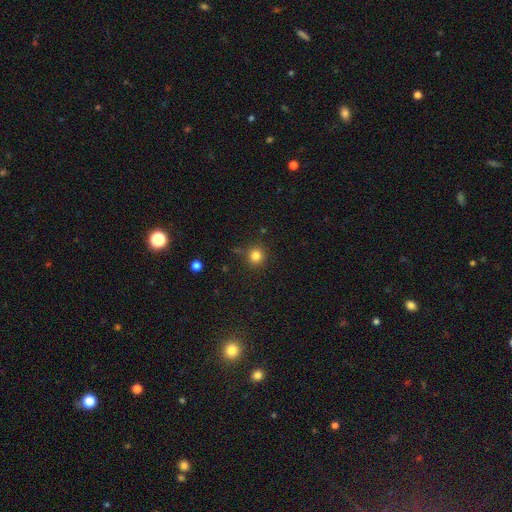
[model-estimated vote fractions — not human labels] smooth_or_featured: smooth (p=0.82) [alt: star or artifact p=0.13]
how_rounded: round (p=0.93) [alt: in between p=0.06]
merging: none (p=0.85) [alt: minor disturbance p=0.09]